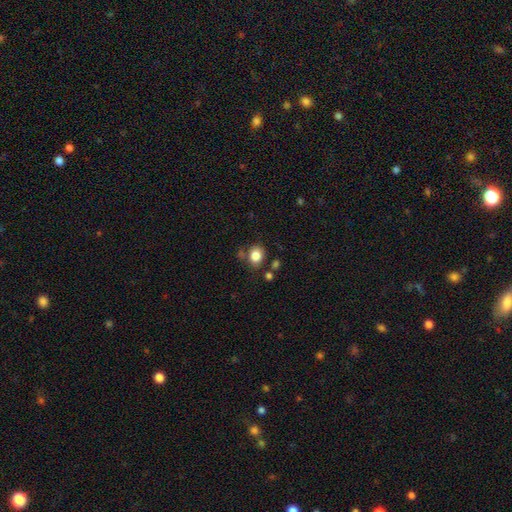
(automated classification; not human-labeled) A smooth galaxy with no disk features (84%) that is round (61%).

Vote fractions:
- Smooth or featured? smooth: 84% / star or artifact: 10% / featured or disk: 6%
- How rounded? round: 61% / in between: 38% / cigar-shaped: 1%
- Merging? none: 72% / minor disturbance: 14% / merger: 9% / major disturbance: 5%